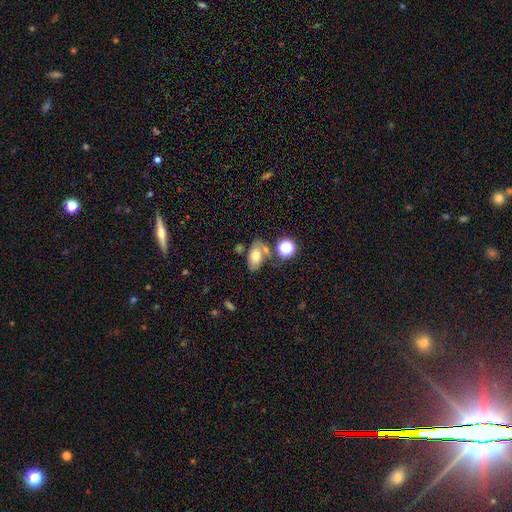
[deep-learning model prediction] A smooth galaxy with no disk features (65%) that is in between round and cigar-shaped (87%).

Vote fractions:
- Smooth or featured? smooth: 65% / featured or disk: 23% / star or artifact: 12%
- How rounded? in between: 87% / round: 11% / cigar-shaped: 2%
- Merging? none: 52% / merger: 20% / minor disturbance: 19% / major disturbance: 8%